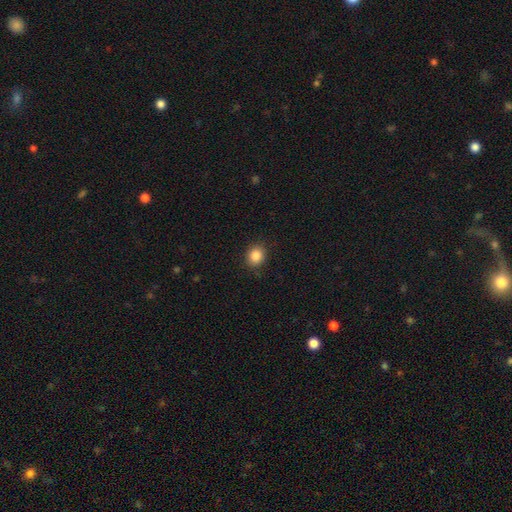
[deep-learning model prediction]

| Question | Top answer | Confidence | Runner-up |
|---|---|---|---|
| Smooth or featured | smooth | 86% | star or artifact (10%) |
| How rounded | round | 73% | in between (26%) |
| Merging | none | 88% | minor disturbance (8%) |